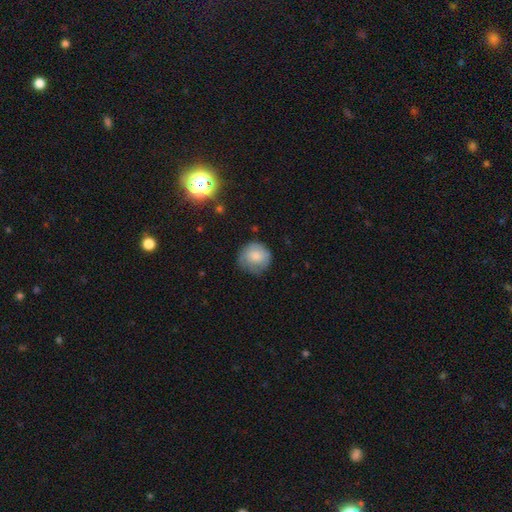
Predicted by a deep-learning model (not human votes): A smooth galaxy with no disk features (76%) that is round (90%). Merging: none (66%).